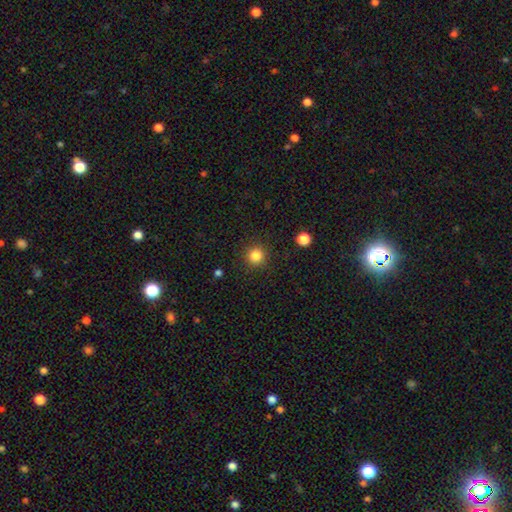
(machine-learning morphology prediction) The model was most divided on "smooth or featured": smooth: 84%, star or artifact: 12%, featured or disk: 4%. More confident: how rounded — round (94%); merging — none (91%).